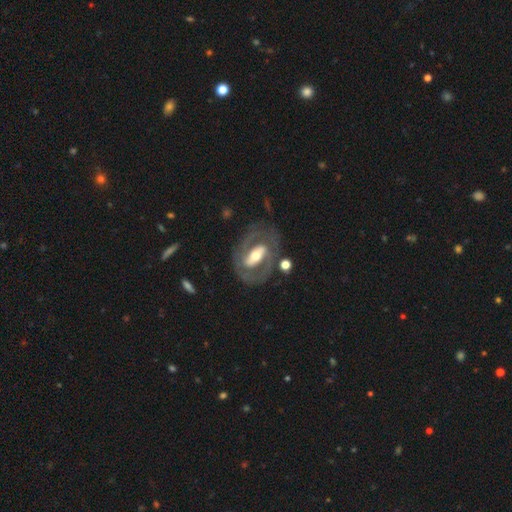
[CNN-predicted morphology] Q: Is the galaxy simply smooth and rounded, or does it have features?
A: featured or disk — 79%.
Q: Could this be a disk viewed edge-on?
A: no — 93%.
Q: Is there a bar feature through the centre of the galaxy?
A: strong — 52%.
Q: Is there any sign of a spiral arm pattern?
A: yes — 68%.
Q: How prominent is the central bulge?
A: moderate — 63%.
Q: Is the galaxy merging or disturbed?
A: none — 70%.